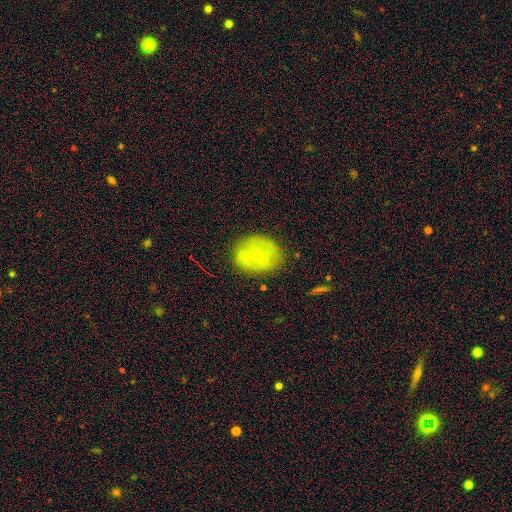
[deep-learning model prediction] Overall: featured or disk (49%; smooth 42%). Merging: none (75%).